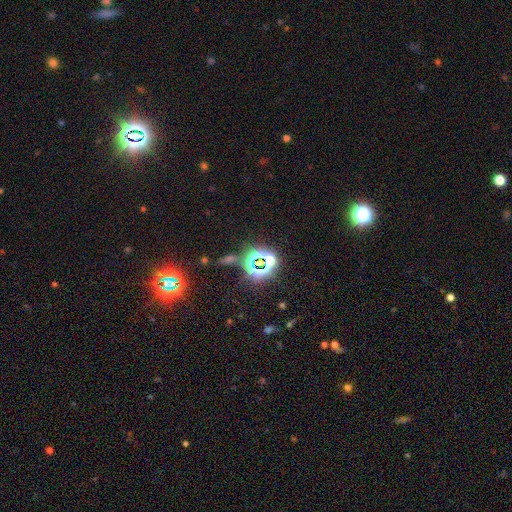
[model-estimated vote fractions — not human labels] Morphology: type=star or artifact (80%).